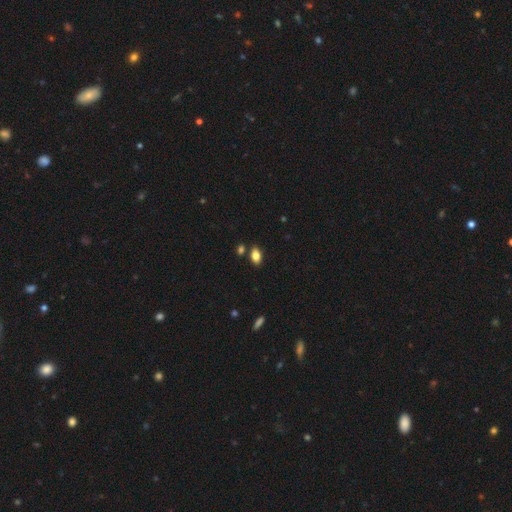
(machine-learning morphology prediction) smooth 84%, star or artifact 9%, featured or disk 7%. Down the decision tree: how rounded — in between (90%); merging — none (80%).